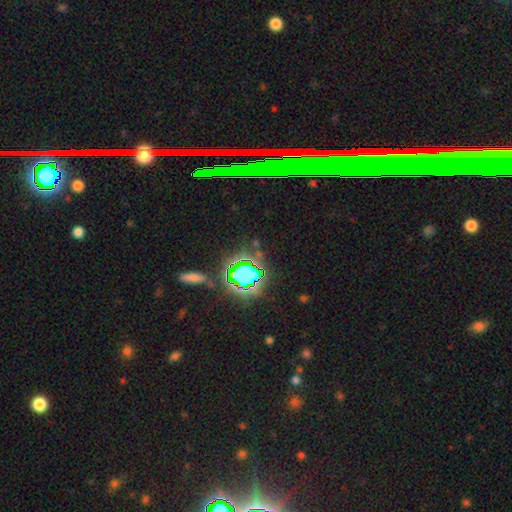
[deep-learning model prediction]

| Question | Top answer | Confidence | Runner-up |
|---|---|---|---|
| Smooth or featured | star or artifact | 78% | smooth (11%) |